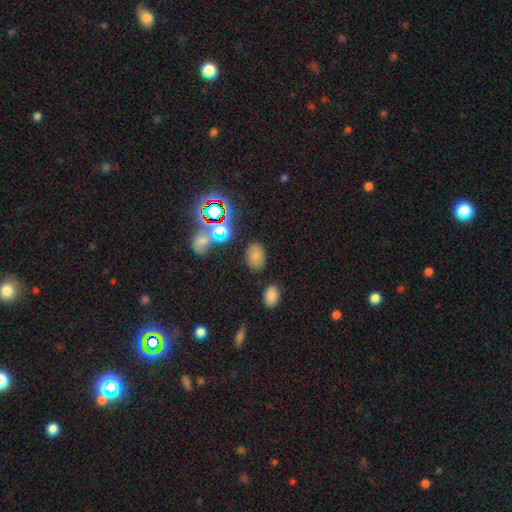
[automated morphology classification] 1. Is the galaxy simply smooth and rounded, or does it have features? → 72% smooth, 18% star or artifact, 10% featured or disk.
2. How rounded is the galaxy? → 81% in between, 18% round, 1% cigar-shaped.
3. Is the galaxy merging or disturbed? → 81% none, 11% minor disturbance, 4% major disturbance, 3% merger.